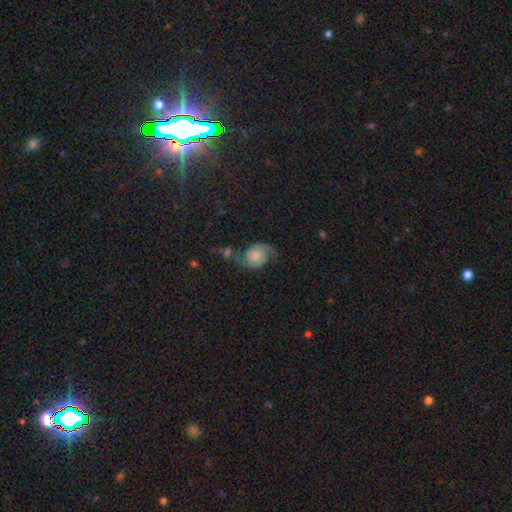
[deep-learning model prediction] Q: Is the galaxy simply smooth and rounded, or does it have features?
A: featured or disk — 80%.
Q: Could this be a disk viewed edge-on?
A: no — 98%.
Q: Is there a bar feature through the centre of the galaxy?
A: no — 72%.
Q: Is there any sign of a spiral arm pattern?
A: yes — 96%.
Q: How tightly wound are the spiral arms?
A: medium — 42%.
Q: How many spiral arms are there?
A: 2 — 93%.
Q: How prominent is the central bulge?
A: none — 27%.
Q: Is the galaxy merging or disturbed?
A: none — 58%.